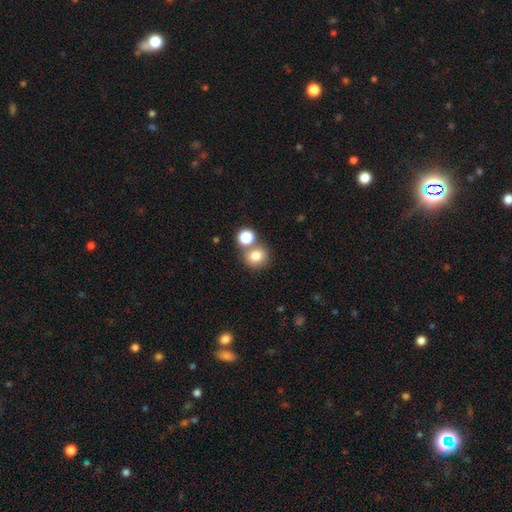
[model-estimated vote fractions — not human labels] This appears to be a smooth galaxy with no disk features (79%) that is round (81%). Merging: none (61%).